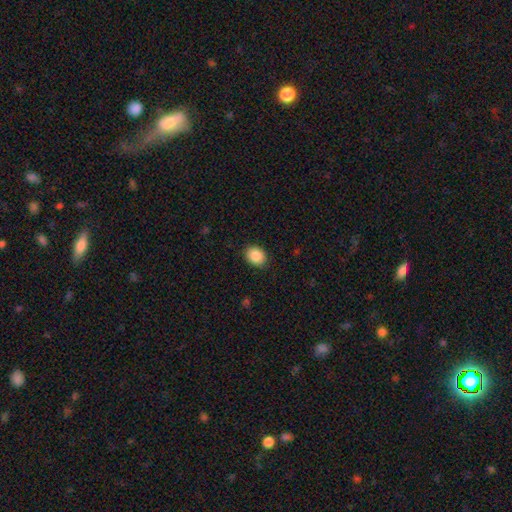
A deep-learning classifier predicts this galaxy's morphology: This appears to be a smooth galaxy with no disk features (88%) that is in between round and cigar-shaped (50%). Merging: none (88%).